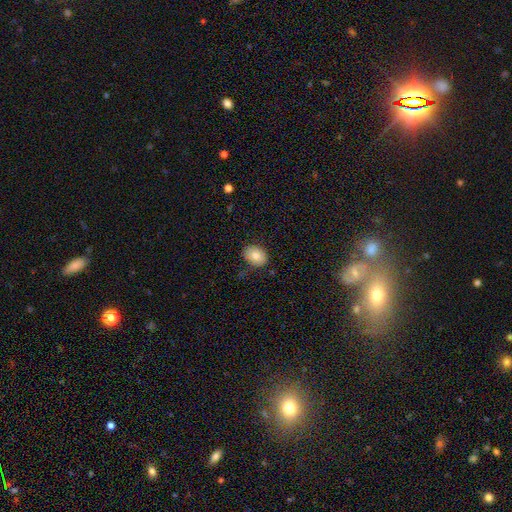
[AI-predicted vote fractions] smooth_or_featured: smooth (p=0.82) [alt: featured or disk p=0.10]
how_rounded: in between (p=0.66) [alt: round p=0.33]
merging: none (p=0.83) [alt: minor disturbance p=0.13]